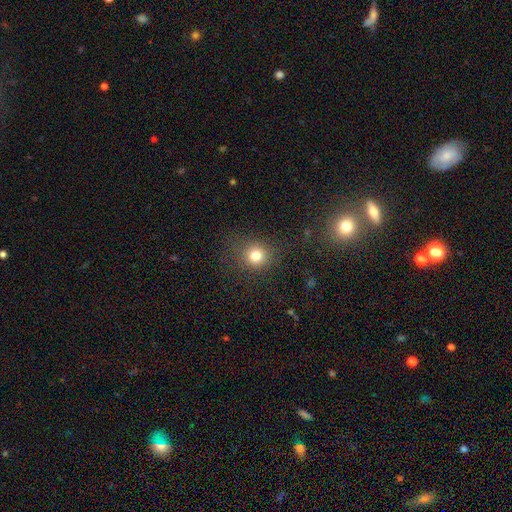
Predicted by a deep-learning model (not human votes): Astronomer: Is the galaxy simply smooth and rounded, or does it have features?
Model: smooth — 78%.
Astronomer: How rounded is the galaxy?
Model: round — 87%.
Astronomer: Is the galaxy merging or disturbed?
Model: none — 83%.